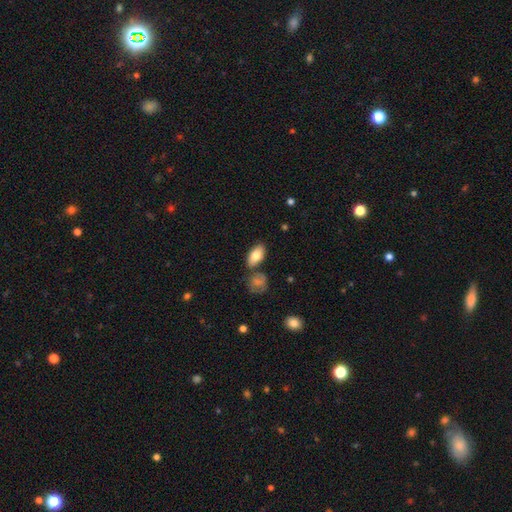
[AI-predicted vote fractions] Smooth or featured? Predicted: smooth (p=0.81). How rounded? Predicted: in between (p=0.92). Merging? Predicted: none (p=0.75).